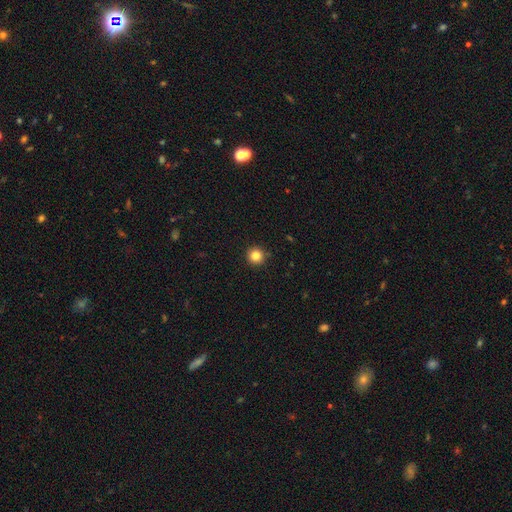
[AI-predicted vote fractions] Smooth or featured?
  - smooth: 84% *
  - star or artifact: 11%
  - featured or disk: 5%
How rounded?
  - round: 96% *
  - in between: 3%
  - cigar-shaped: 1%
Merging?
  - none: 92% *
  - minor disturbance: 5%
  - major disturbance: 2%
  - merger: 1%